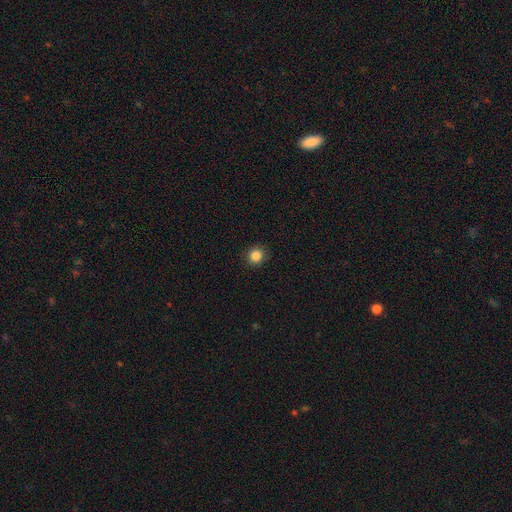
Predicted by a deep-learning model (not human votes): This is clearly a smooth galaxy (85%). How rounded: clearly round (89%). Merging: clearly none (90%).